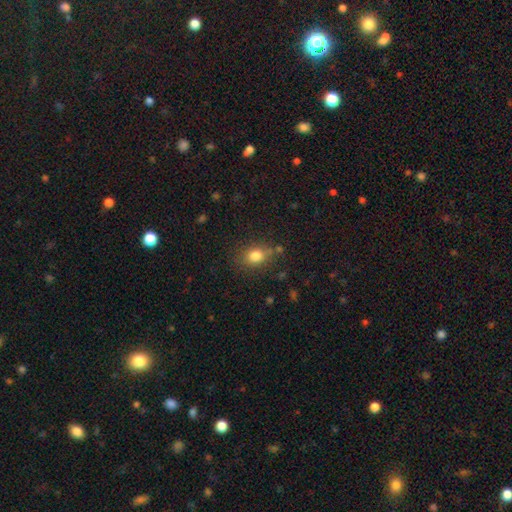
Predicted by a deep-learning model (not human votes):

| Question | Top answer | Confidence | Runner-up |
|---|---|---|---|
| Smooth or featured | smooth | 82% | star or artifact (11%) |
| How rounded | in between | 58% | round (41%) |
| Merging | none | 76% | minor disturbance (15%) |